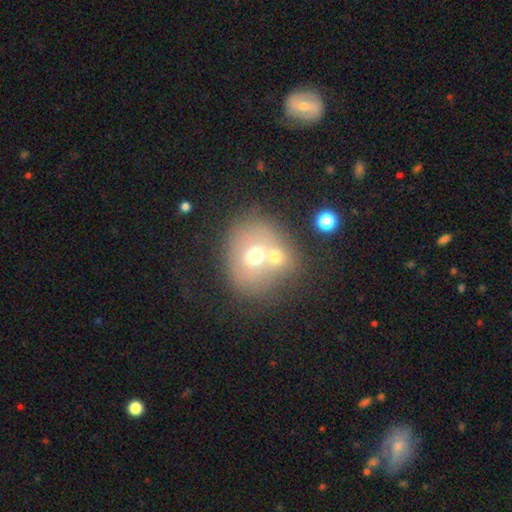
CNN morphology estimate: Smooth or featured? Predicted: smooth (p=0.59). How rounded? Predicted: round (p=0.68). Merging? Predicted: merger (p=0.53).